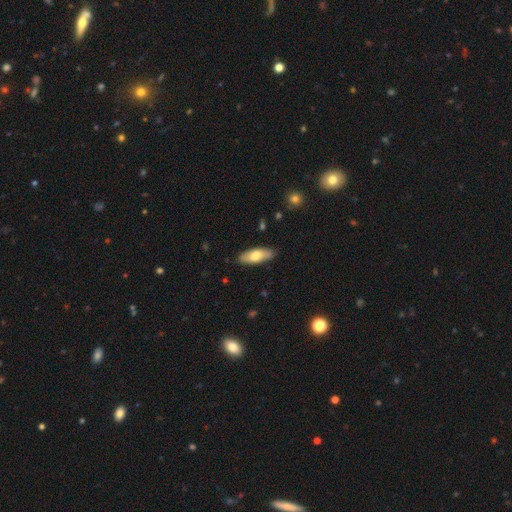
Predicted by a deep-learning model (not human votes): Smooth or featured?
  - smooth: 71% *
  - featured or disk: 24%
  - star or artifact: 6%
How rounded?
  - in between: 76% *
  - cigar-shaped: 22%
  - round: 2%
Merging?
  - none: 86% *
  - minor disturbance: 11%
  - major disturbance: 2%
  - merger: 1%